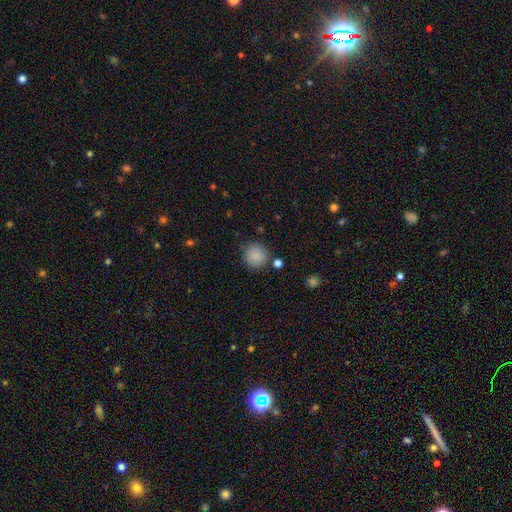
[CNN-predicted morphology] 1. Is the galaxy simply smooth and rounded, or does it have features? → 86% smooth, 10% star or artifact, 4% featured or disk.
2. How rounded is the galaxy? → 91% round, 8% in between, 1% cigar-shaped.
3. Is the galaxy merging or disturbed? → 80% none, 12% minor disturbance, 4% merger, 4% major disturbance.